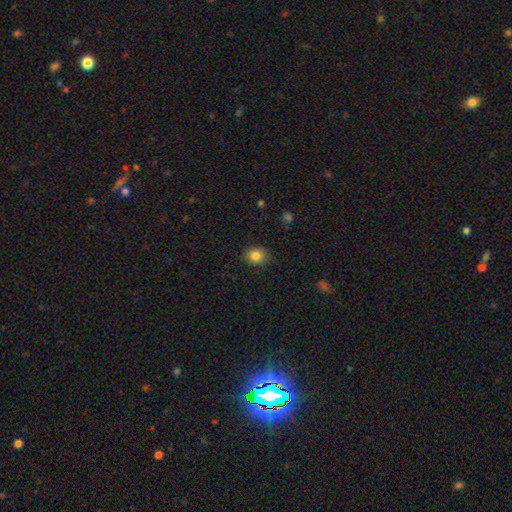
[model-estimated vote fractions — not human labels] Smooth or featured? Predicted: smooth (p=0.84). How rounded? Predicted: round (p=0.56). Merging? Predicted: none (p=0.85).